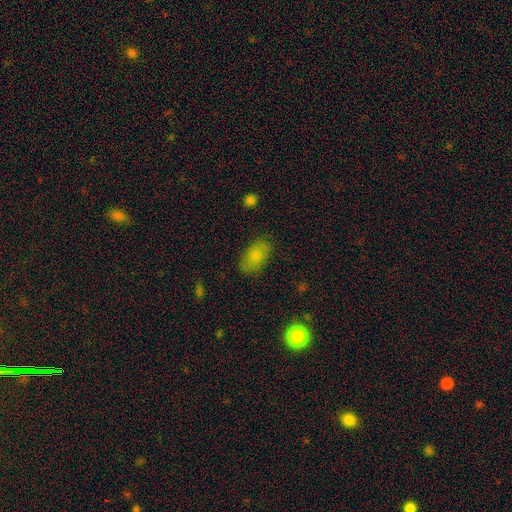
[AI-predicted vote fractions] Overall: smooth (81%). How rounded: in between (91%). Merging: none (80%).